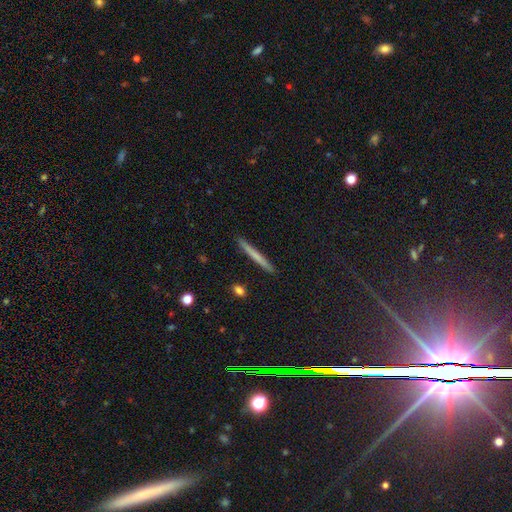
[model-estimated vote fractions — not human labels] Smooth or featured? smooth (65%)
How rounded? cigar-shaped (97%)
Merging? none (92%)